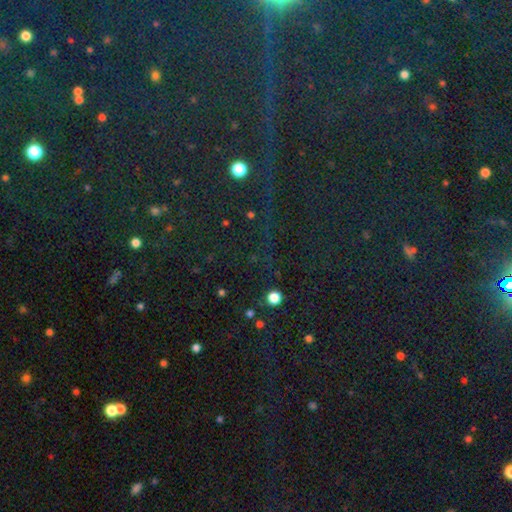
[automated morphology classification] This is clearly a star or artifact rather than a galaxy (83%).